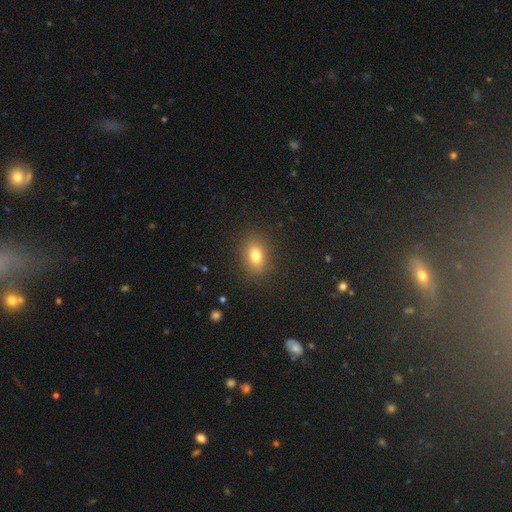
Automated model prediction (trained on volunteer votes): This is likely a smooth galaxy (78%). How rounded: likely in between (71%). Merging: clearly none (87%).